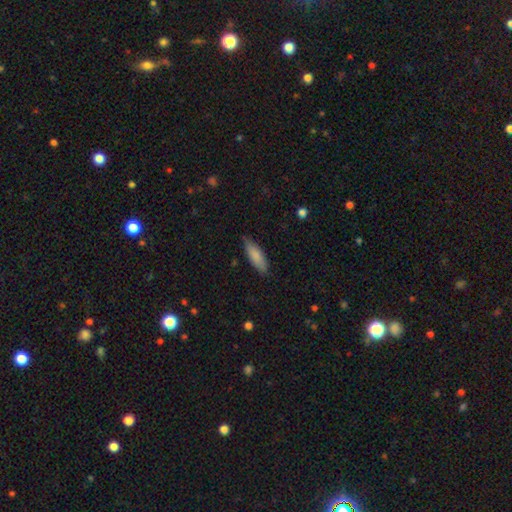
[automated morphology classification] Smooth or featured?
  - smooth: 83% *
  - featured or disk: 12%
  - star or artifact: 6%
How rounded?
  - in between: 51% *
  - cigar-shaped: 47%
  - round: 2%
Merging?
  - none: 80% *
  - minor disturbance: 16%
  - major disturbance: 3%
  - merger: 1%